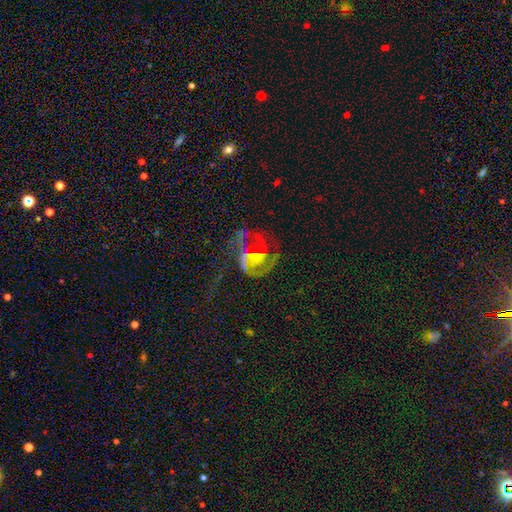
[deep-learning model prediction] This appears to be a featured or disk galaxy (72%) with no bar (57%), 2 (56%) medium (45%) spiral arms (81%) and a small central bulge (43%). Merging: none (41%).